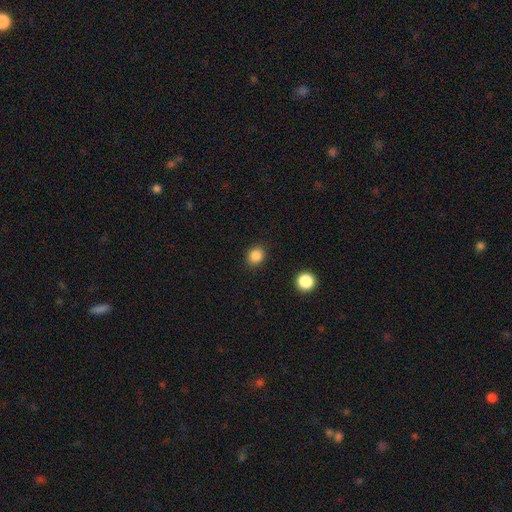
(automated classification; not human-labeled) Q: Smooth or featured?
A: smooth (86%); runner-up: star or artifact (11%)
Q: How rounded?
A: round (75%); runner-up: in between (24%)
Q: Merging?
A: none (89%); runner-up: minor disturbance (7%)